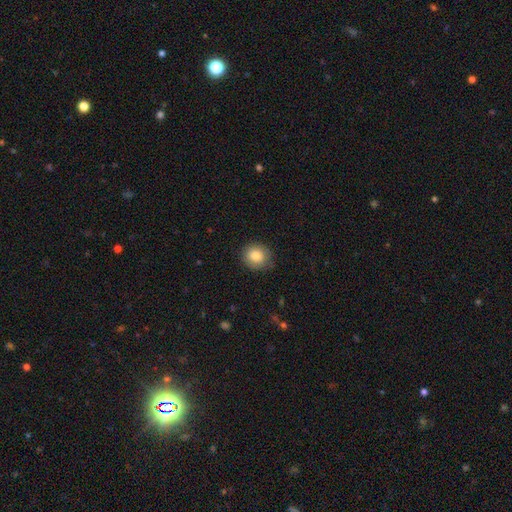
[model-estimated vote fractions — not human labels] Overall: smooth (83%). How rounded: round (85%). Merging: none (82%).